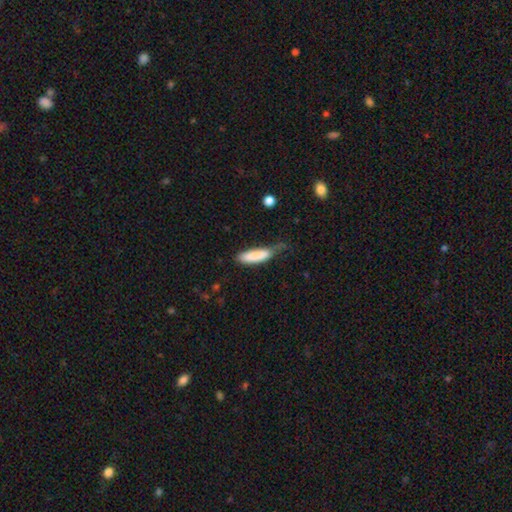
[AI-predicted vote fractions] Q: Smooth or featured?
A: smooth (84%); runner-up: featured or disk (10%)
Q: How rounded?
A: cigar-shaped (64%); runner-up: in between (34%)
Q: Merging?
A: minor disturbance (40%); runner-up: none (37%)